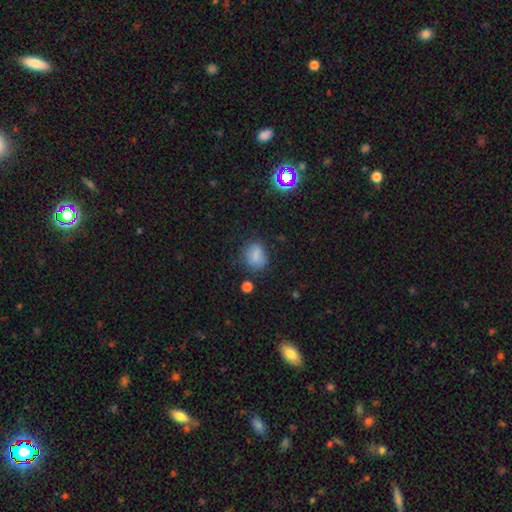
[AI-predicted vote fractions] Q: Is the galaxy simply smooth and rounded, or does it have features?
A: smooth — 79%.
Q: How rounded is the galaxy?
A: in between — 54%.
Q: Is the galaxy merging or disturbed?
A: none — 68%.